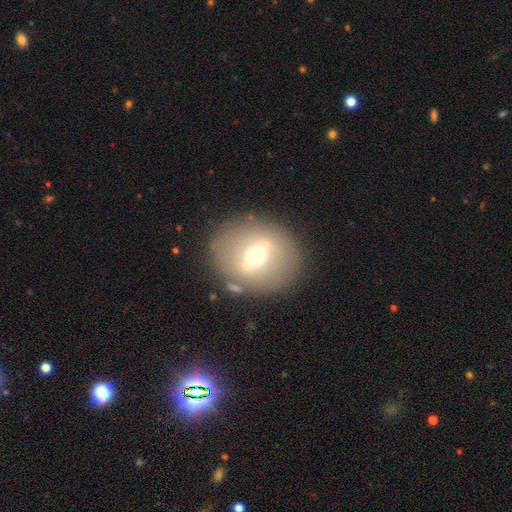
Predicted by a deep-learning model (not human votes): Smooth or featured?
  - featured or disk: 49% *
  - smooth: 41%
  - star or artifact: 10%
Merging?
  - none: 83% *
  - minor disturbance: 9%
  - major disturbance: 4%
  - merger: 3%